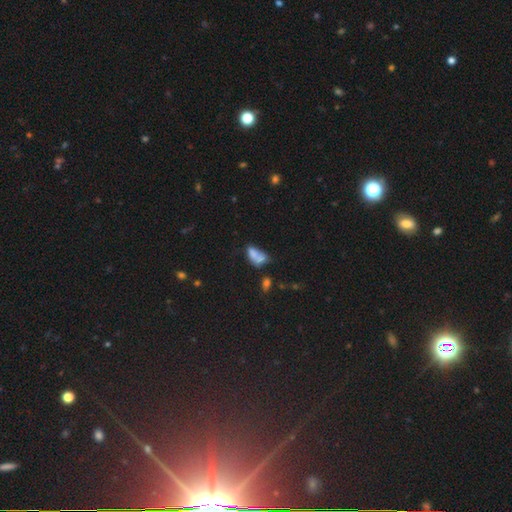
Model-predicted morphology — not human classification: smooth_or_featured: smooth (p=0.67) [alt: featured or disk p=0.21]
how_rounded: in between (p=0.83) [alt: round p=0.11]
merging: merger (p=0.54) [alt: none p=0.20]